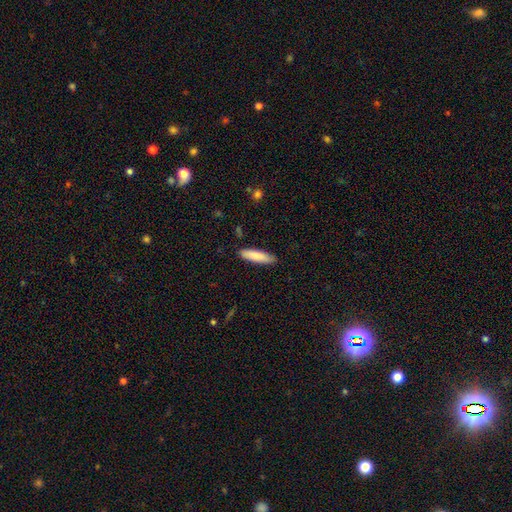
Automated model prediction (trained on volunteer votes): The model was most divided on "how rounded": cigar-shaped: 73%, in between: 26%, round: 1%. More confident: merging — none (88%); smooth or featured — smooth (85%).